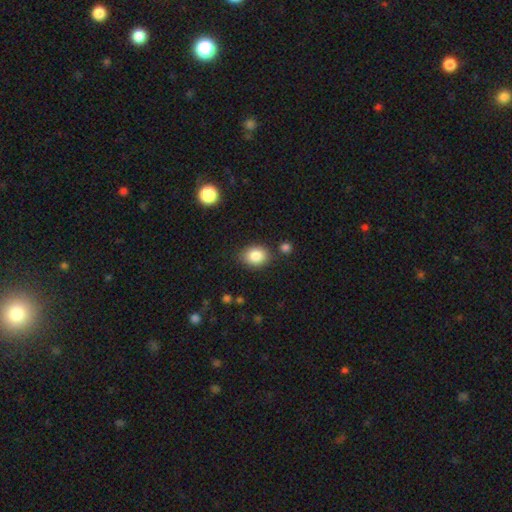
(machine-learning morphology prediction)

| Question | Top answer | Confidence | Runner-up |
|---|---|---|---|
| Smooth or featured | smooth | 86% | star or artifact (8%) |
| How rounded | in between | 59% | round (40%) |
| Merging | none | 79% | minor disturbance (12%) |